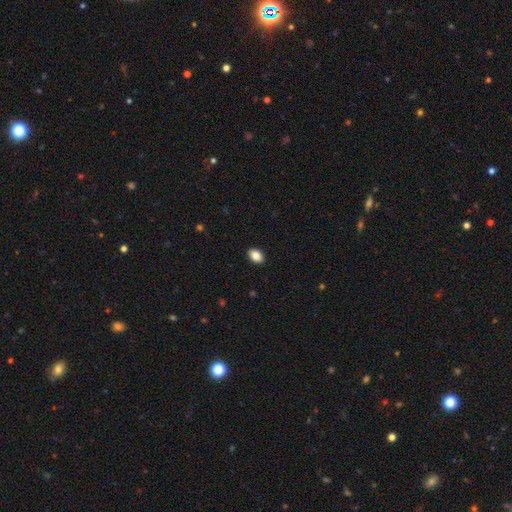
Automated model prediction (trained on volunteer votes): The model was most divided on "how rounded": in between: 82%, round: 17%, cigar-shaped: 1%. More confident: merging — none (91%); smooth or featured — smooth (87%).